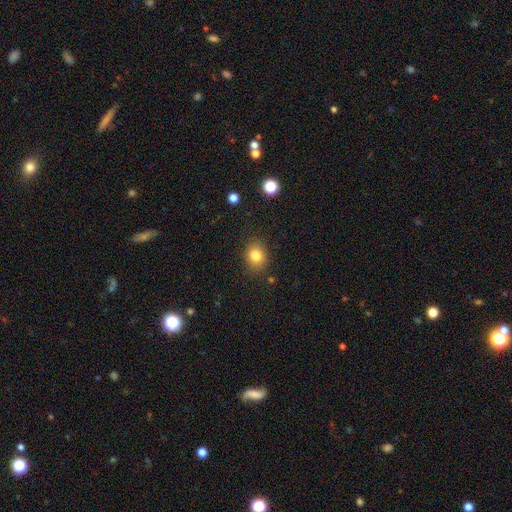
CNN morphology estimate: Smooth or featured? Predicted: smooth (p=0.81). How rounded? Predicted: round (p=0.53). Merging? Predicted: none (p=0.85).